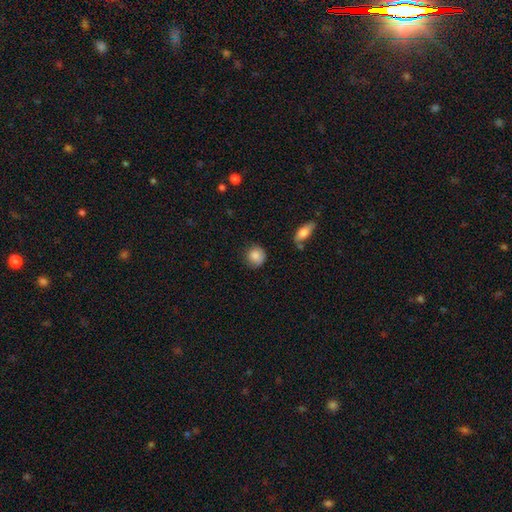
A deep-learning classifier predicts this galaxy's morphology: A smooth galaxy with no disk features (83%) that is round (87%).

Vote fractions:
- Smooth or featured? smooth: 83% / featured or disk: 9% / star or artifact: 8%
- How rounded? round: 87% / in between: 12% / cigar-shaped: 1%
- Merging? none: 73% / minor disturbance: 21% / major disturbance: 4% / merger: 2%